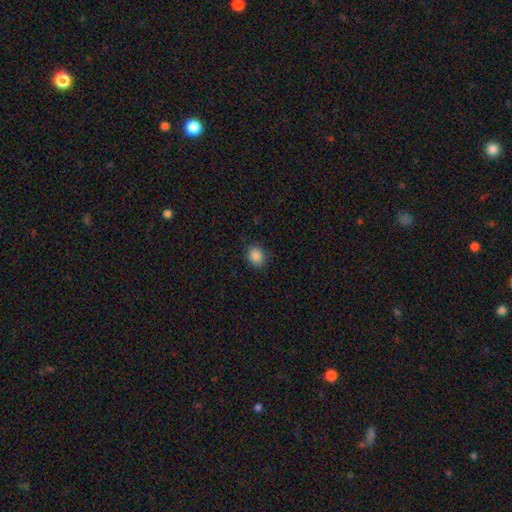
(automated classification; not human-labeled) This is clearly a smooth galaxy (87%). How rounded: possibly round (58%). Merging: clearly none (85%).